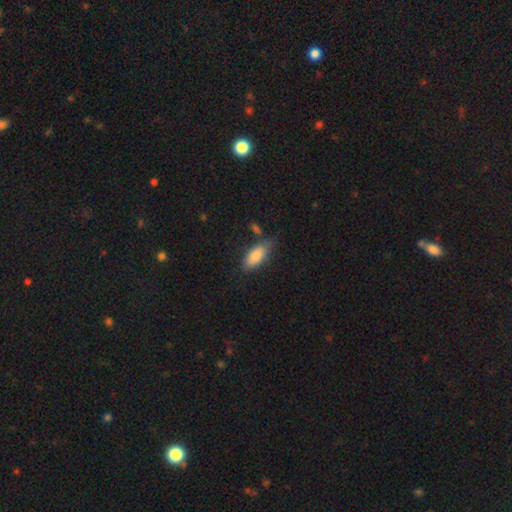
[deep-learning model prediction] Smooth or featured? Predicted: smooth (p=0.84). How rounded? Predicted: in between (p=0.85). Merging? Predicted: none (p=0.65).